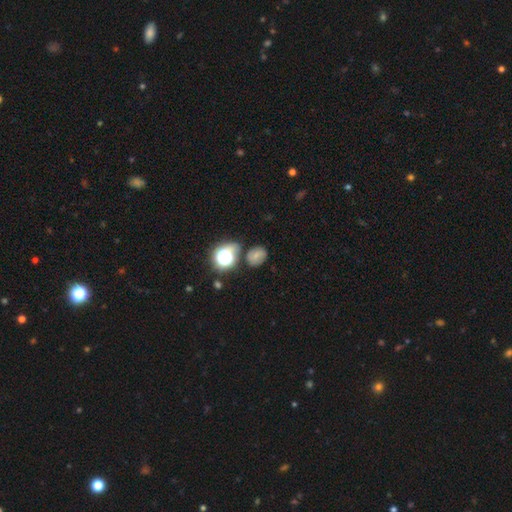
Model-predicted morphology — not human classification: This appears to be a smooth galaxy with no disk features (57%) that is round (59%). Merging: none (71%).